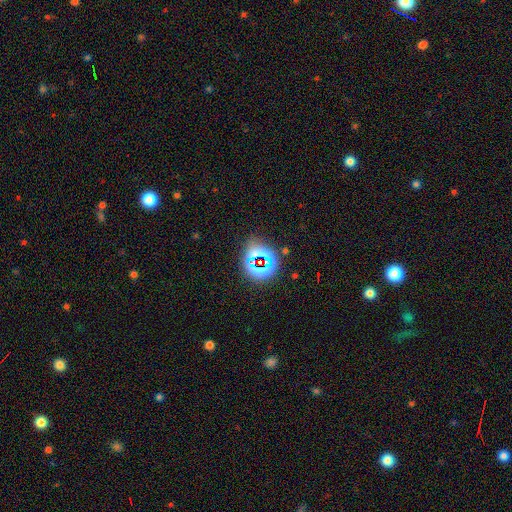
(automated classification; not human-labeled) This is likely a star or artifact rather than a galaxy (64%).